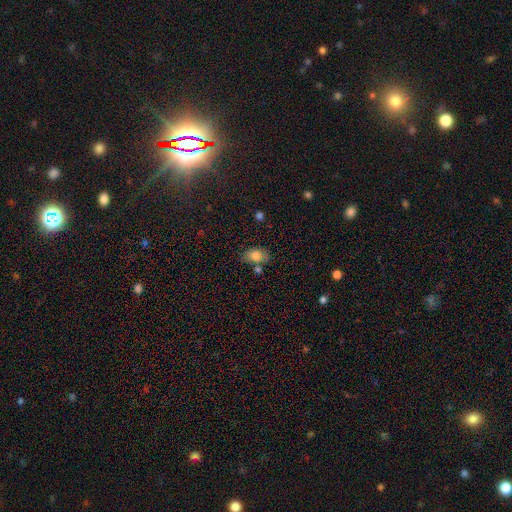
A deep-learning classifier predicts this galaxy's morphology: This is clearly a smooth galaxy (81%). How rounded: clearly in between (86%). Merging: likely none (61%).